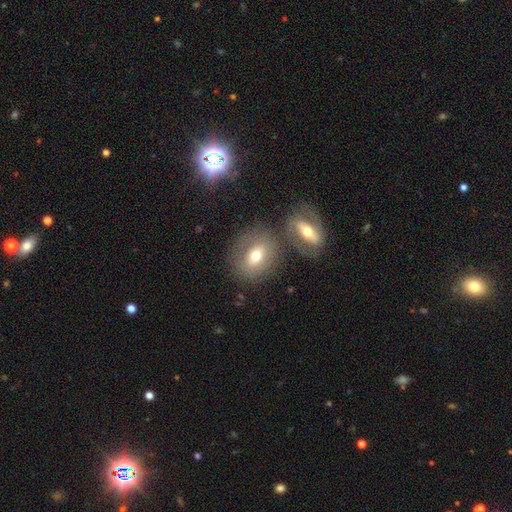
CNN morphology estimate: Smooth or featured? Predicted: smooth (p=0.63). How rounded? Predicted: round (p=0.50). Merging? Predicted: none (p=0.59).